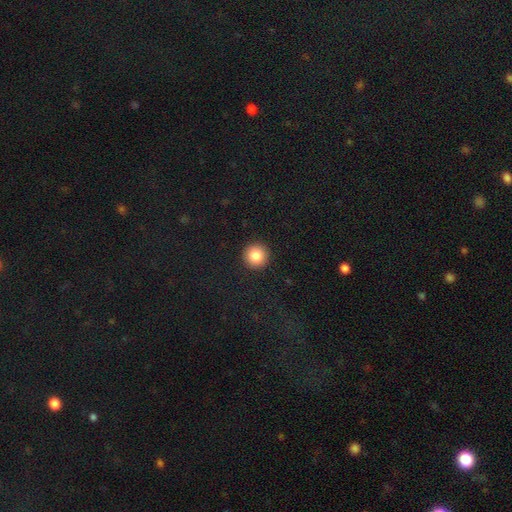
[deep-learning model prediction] Overall: smooth (84%). How rounded: round (96%). Merging: none (93%).